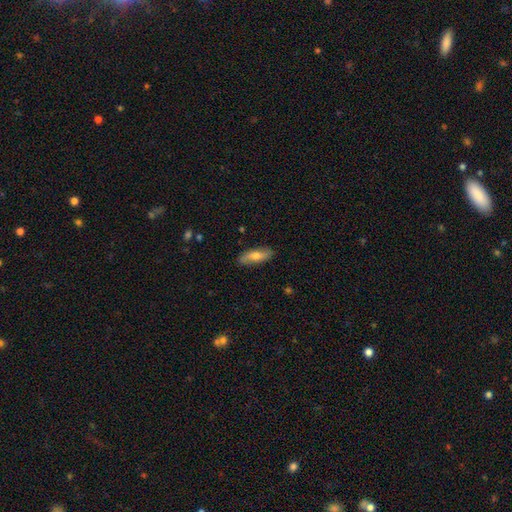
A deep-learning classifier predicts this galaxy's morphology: Q: Smooth or featured?
A: smooth (55%); runner-up: featured or disk (38%)
Q: How rounded?
A: in between (57%); runner-up: cigar-shaped (40%)
Q: Merging?
A: none (84%); runner-up: minor disturbance (13%)